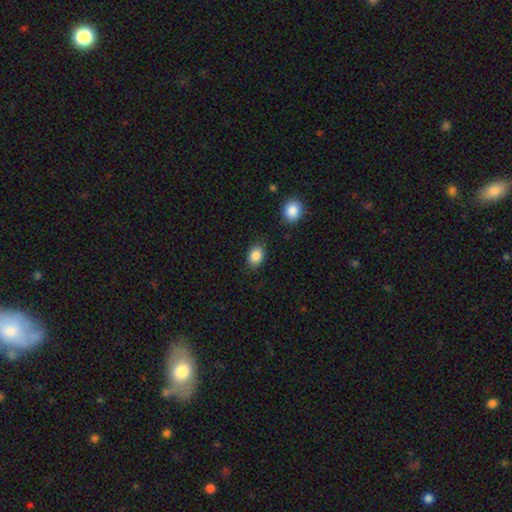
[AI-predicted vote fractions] smooth-or-featured: smooth: 87% | star or artifact: 8% | featured or disk: 5%
  how-rounded: in between: 73% | round: 25% | cigar-shaped: 1%
  merging: none: 82% | minor disturbance: 12% | major disturbance: 3% | merger: 3%